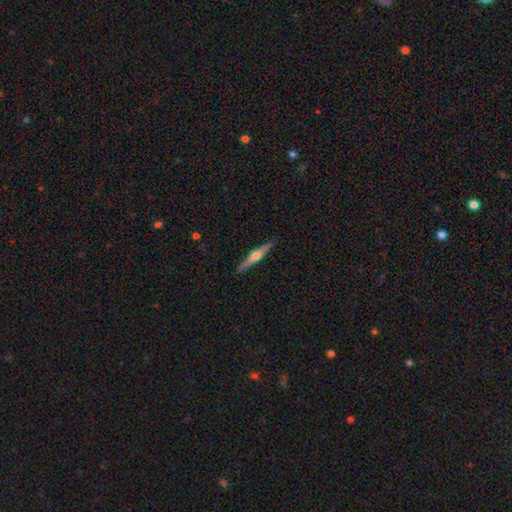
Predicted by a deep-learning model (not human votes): smooth-or-featured: featured or disk: 73% | smooth: 22% | star or artifact: 5%
  disk-edge-on: yes: 98% | no: 2%
    edge-on-bulge: rounded: 94% | boxy: 4% | none: 3%
  merging: none: 91% | minor disturbance: 7% | major disturbance: 1% | merger: 1%